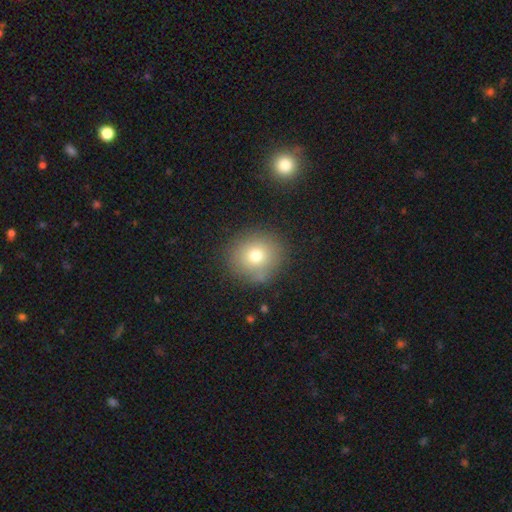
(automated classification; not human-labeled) Smooth or featured?
  - smooth: 74% *
  - star or artifact: 14%
  - featured or disk: 13%
How rounded?
  - round: 88% *
  - in between: 11%
  - cigar-shaped: 1%
Merging?
  - none: 83% *
  - minor disturbance: 10%
  - major disturbance: 4%
  - merger: 3%